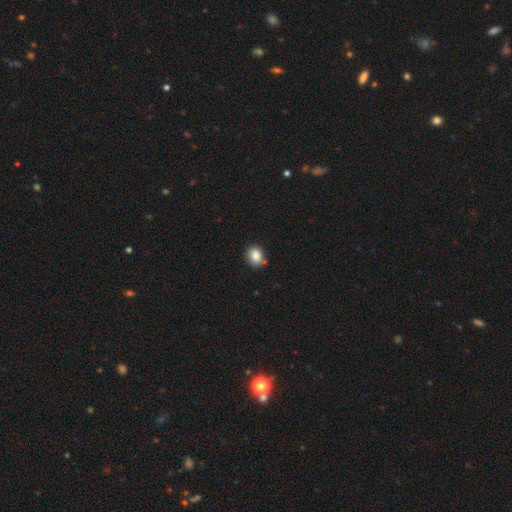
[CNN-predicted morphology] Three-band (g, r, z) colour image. It shows a smooth galaxy with no disk features (85%) that is round (68%). Merging: none (76%).